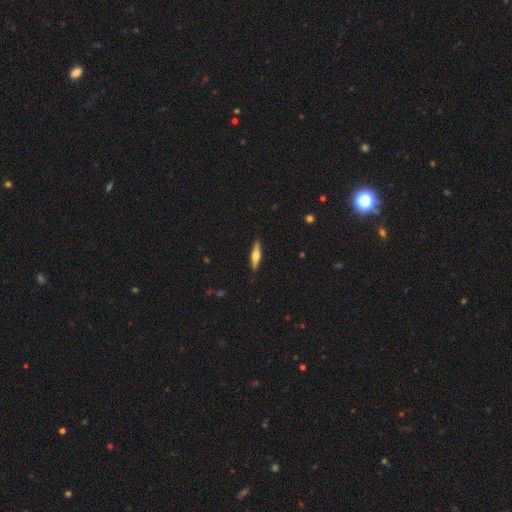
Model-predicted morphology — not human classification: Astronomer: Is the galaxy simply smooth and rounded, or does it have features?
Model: featured or disk — 52% (runner-up: smooth, 42%).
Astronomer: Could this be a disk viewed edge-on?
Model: yes — 94%.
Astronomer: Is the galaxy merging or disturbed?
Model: none — 90%.